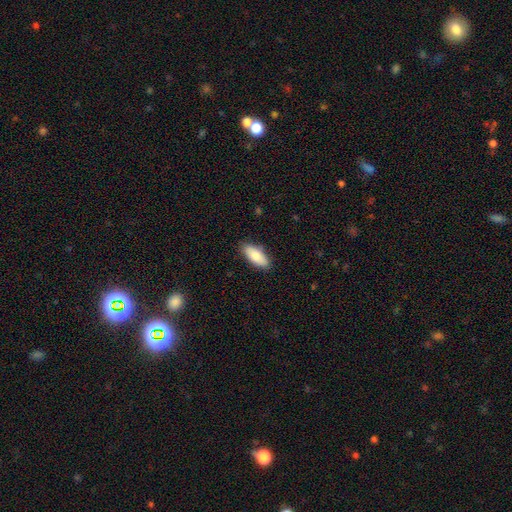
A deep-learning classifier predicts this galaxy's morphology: This appears to be a smooth galaxy with no disk features (83%) that is in between round and cigar-shaped (82%). Merging: none (87%).